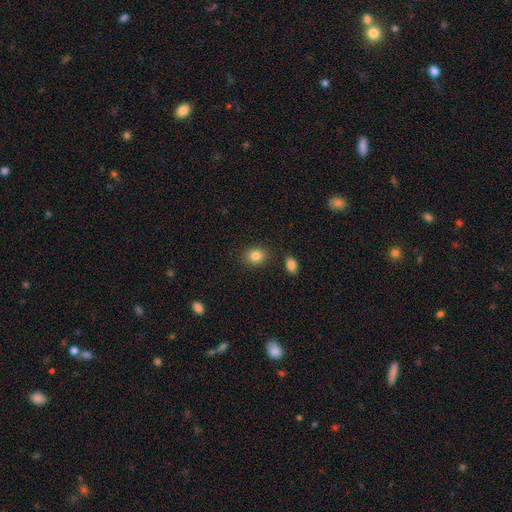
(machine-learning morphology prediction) A smooth galaxy with no disk features (83%) that is round (58%).

Vote fractions:
- Smooth or featured? smooth: 83% / star or artifact: 10% / featured or disk: 7%
- How rounded? round: 58% / in between: 41% / cigar-shaped: 1%
- Merging? none: 84% / minor disturbance: 9% / merger: 4% / major disturbance: 3%